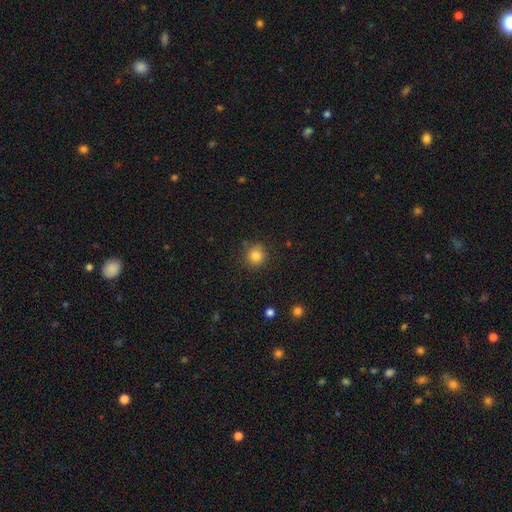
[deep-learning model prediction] smooth-or-featured: smooth: 84% | star or artifact: 11% | featured or disk: 5%
  how-rounded: round: 92% | in between: 7% | cigar-shaped: 1%
  merging: none: 85% | minor disturbance: 10% | major disturbance: 3% | merger: 2%